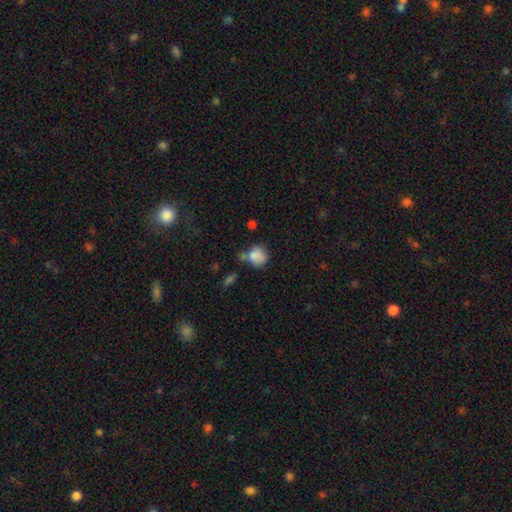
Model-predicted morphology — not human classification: Smooth or featured?
  - smooth: 80% *
  - star or artifact: 10%
  - featured or disk: 10%
How rounded?
  - round: 62% *
  - in between: 37%
  - cigar-shaped: 1%
Merging?
  - none: 43% *
  - minor disturbance: 27%
  - merger: 18%
  - major disturbance: 12%